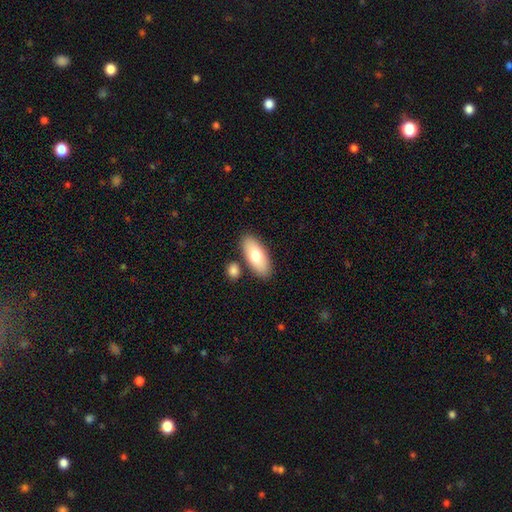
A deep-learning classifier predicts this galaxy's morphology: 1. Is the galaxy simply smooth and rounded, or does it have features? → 75% smooth, 19% featured or disk, 6% star or artifact.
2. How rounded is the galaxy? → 85% in between, 12% cigar-shaped, 3% round.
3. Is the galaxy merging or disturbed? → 82% none, 9% minor disturbance, 7% merger, 2% major disturbance.